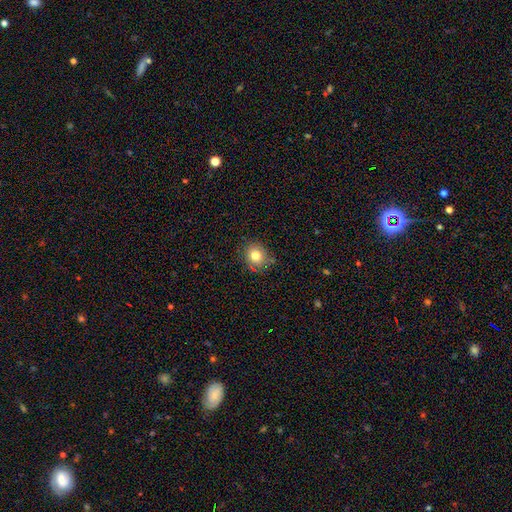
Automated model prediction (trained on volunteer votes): smooth 80%, star or artifact 11%, featured or disk 9%. Down the decision tree: how rounded — round (70%); merging — none (78%).